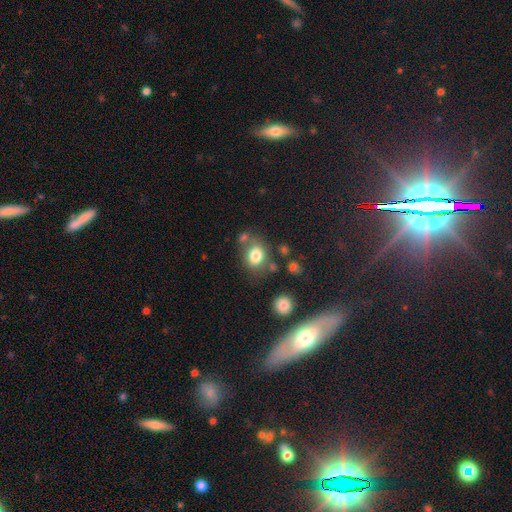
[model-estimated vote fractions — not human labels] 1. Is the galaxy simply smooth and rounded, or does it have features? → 79% smooth, 11% star or artifact, 10% featured or disk.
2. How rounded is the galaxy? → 52% round, 47% in between, 1% cigar-shaped.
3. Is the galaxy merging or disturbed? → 62% none, 17% minor disturbance, 14% merger, 7% major disturbance.